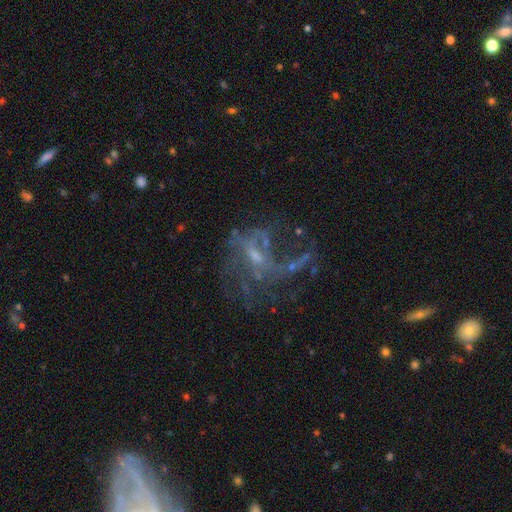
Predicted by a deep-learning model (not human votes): This is likely a featured or disk galaxy (70%). It is clearly not viewed edge-on (97%). Bar: possibly no (56%). Spiral arm pattern: possibly yes (52%). Central bulge: possibly small (54%). Merging: marginally major disturbance (41%).